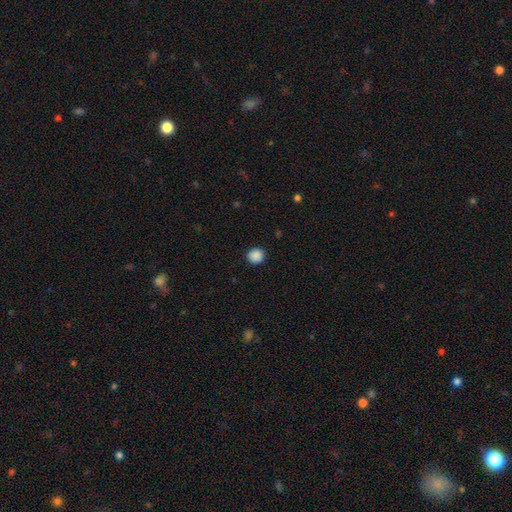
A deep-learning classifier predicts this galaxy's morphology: smooth_or_featured: smooth (p=0.88) [alt: star or artifact p=0.09]
how_rounded: round (p=0.90) [alt: in between p=0.09]
merging: none (p=0.91) [alt: minor disturbance p=0.06]